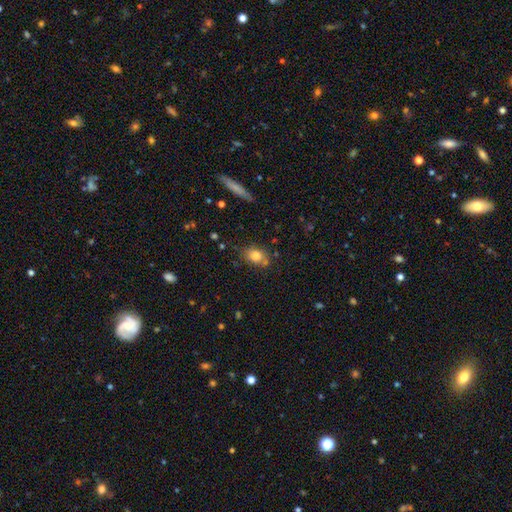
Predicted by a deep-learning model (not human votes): Smooth or featured?
  - smooth: 80% *
  - featured or disk: 10%
  - star or artifact: 10%
How rounded?
  - in between: 67% *
  - round: 31%
  - cigar-shaped: 2%
Merging?
  - none: 70% *
  - minor disturbance: 17%
  - merger: 8%
  - major disturbance: 4%